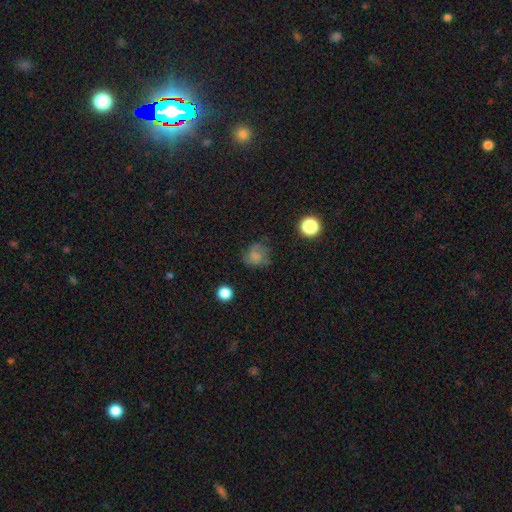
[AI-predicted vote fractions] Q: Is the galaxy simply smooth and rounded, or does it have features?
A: smooth — 66%.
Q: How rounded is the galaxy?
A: round — 73%.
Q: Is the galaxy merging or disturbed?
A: none — 55%.